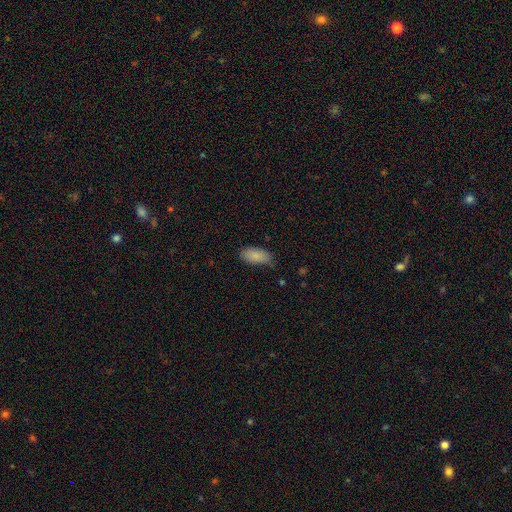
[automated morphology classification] Smooth or featured? smooth (87%)
How rounded? in between (91%)
Merging? none (68%)